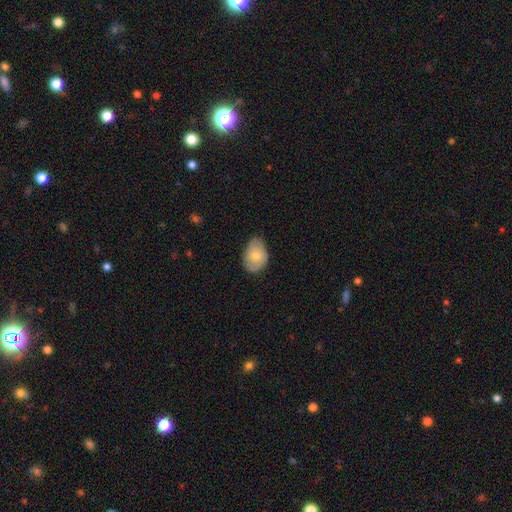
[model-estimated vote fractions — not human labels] smooth_or_featured: smooth (p=0.66) [alt: featured or disk p=0.27]
how_rounded: in between (p=0.79) [alt: round p=0.20]
merging: none (p=0.63) [alt: minor disturbance p=0.31]